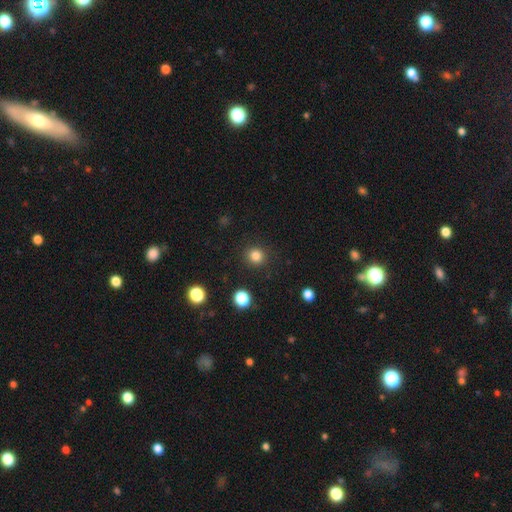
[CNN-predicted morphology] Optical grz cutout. It shows a smooth galaxy with no disk features (83%) that is round (89%). Merging: none (90%).